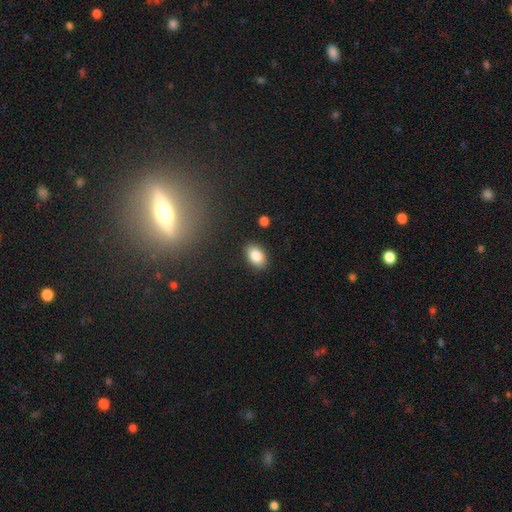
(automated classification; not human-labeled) This appears to be a smooth galaxy with no disk features (86%) that is in between round and cigar-shaped (87%). Merging: none (88%).